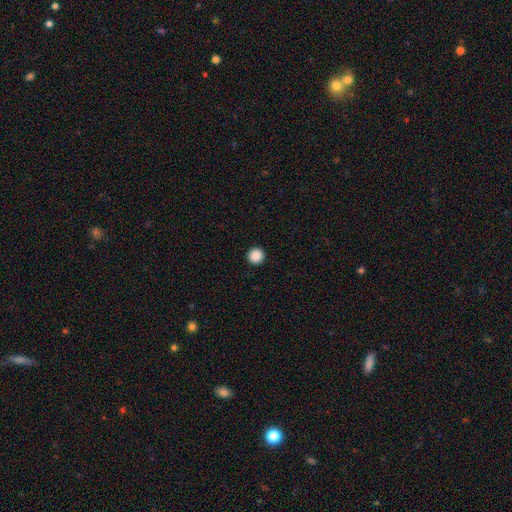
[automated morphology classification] smooth_or_featured: smooth (p=0.89) [alt: star or artifact p=0.09]
how_rounded: round (p=0.96) [alt: in between p=0.03]
merging: none (p=0.94) [alt: minor disturbance p=0.04]